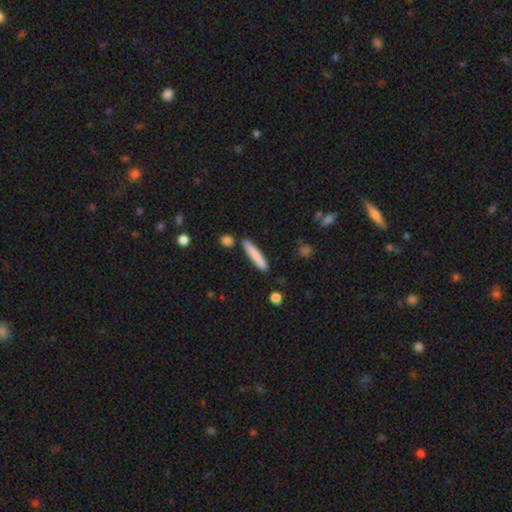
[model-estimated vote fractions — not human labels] Smooth or featured? Predicted: smooth (p=0.79). How rounded? Predicted: cigar-shaped (p=0.93). Merging? Predicted: none (p=0.85).